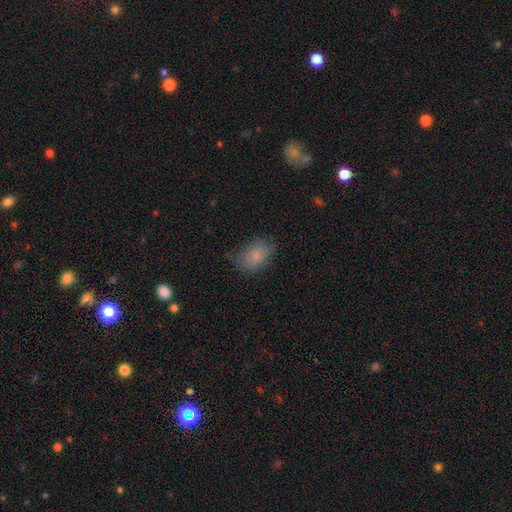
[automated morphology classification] The model was most divided on "merging": none: 65%, minor disturbance: 26%, major disturbance: 7%, merger: 1%. More confident: smooth or featured — smooth (80%); how rounded — in between (80%).